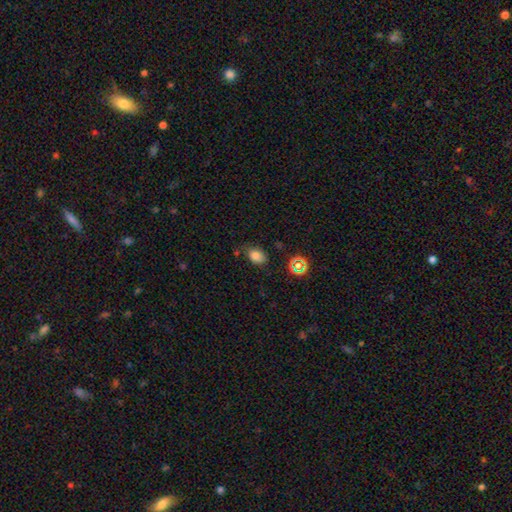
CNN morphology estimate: Smooth or featured? smooth (78%)
How rounded? in between (77%)
Merging? none (67%)